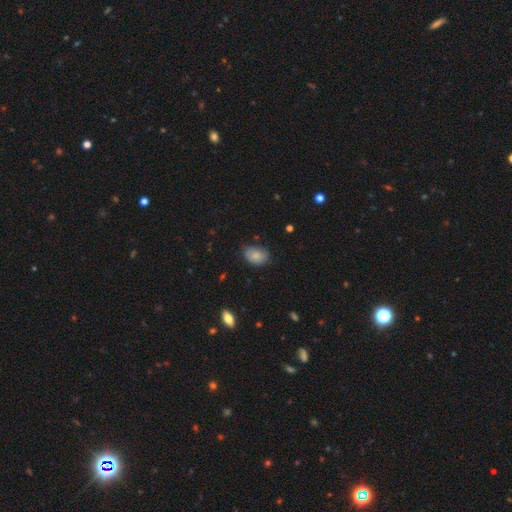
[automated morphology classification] This appears to be a smooth galaxy with no disk features (82%) that is in between round and cigar-shaped (77%). Merging: none (68%).